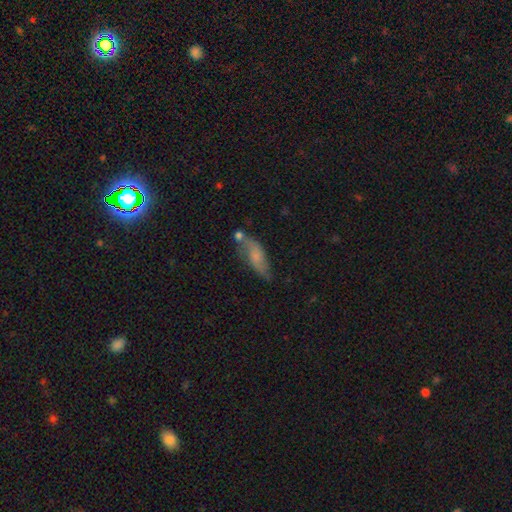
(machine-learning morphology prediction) Smooth or featured? Predicted: smooth (p=0.55). How rounded? Predicted: in between (p=0.63). Merging? Predicted: none (p=0.52).